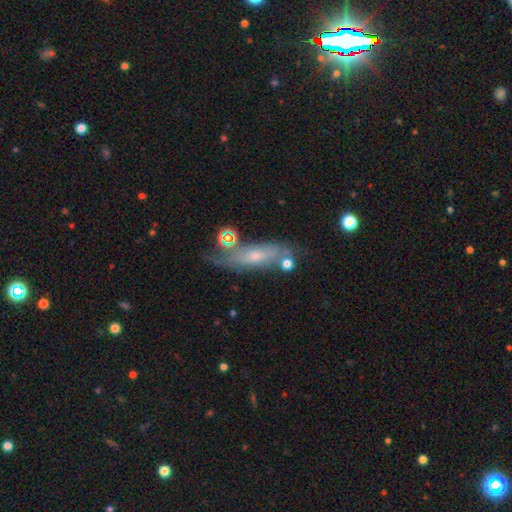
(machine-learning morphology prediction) A featured or disk galaxy (55%). Merging: none (49%).